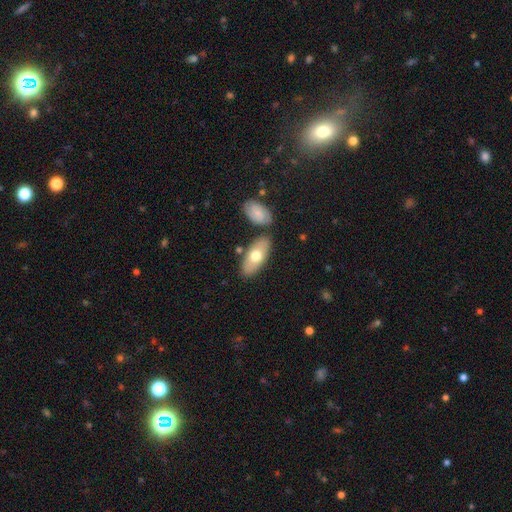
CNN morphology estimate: This appears to be a smooth galaxy with no disk features (66%) that is in between round and cigar-shaped (89%). Merging: none (75%).